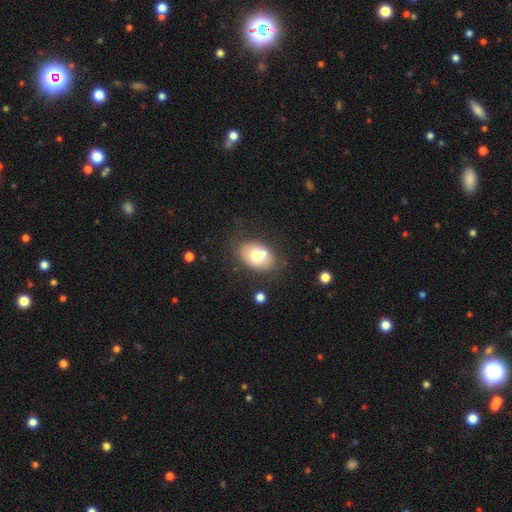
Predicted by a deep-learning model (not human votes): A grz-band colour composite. It shows a smooth galaxy with no disk features (67%) that is in between round and cigar-shaped (75%). Merging: none (60%).